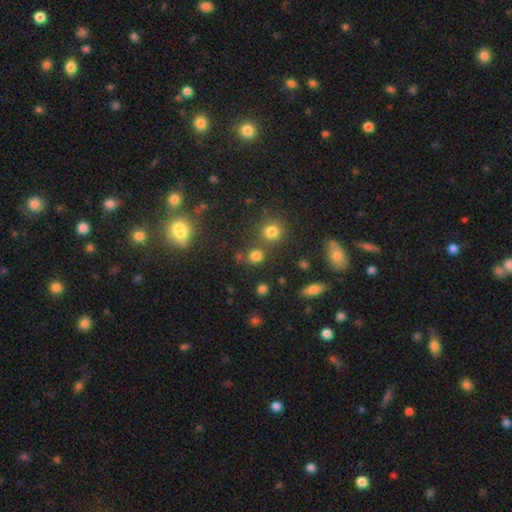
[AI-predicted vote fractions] Morphology: type=smooth (75%); roundness=round (85%); merging=none (74%).